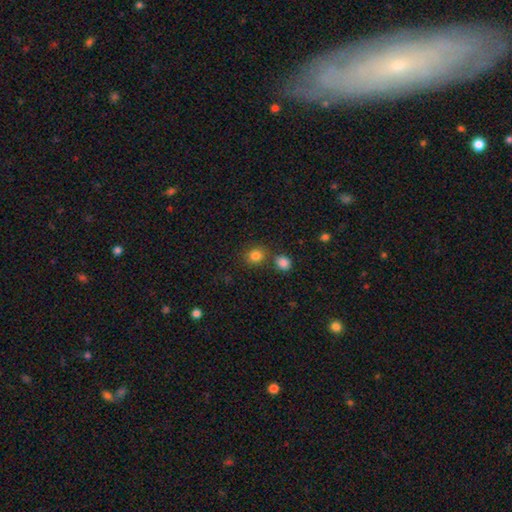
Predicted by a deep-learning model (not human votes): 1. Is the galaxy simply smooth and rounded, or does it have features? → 83% smooth, 12% star or artifact, 5% featured or disk.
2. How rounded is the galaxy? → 78% round, 21% in between, 1% cigar-shaped.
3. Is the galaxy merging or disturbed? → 72% none, 15% merger, 9% minor disturbance, 3% major disturbance.